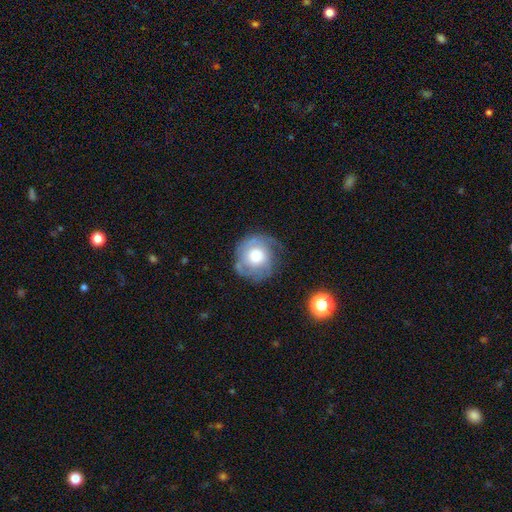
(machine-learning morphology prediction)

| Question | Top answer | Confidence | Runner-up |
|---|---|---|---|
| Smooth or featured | featured or disk | 56% | smooth (37%) |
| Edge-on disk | no | 97% | yes (3%) |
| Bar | no | 84% | weak (14%) |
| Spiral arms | yes | 75% | no (25%) |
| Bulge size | large | 48% | moderate (39%) |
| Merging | none | 62% | minor disturbance (23%) |